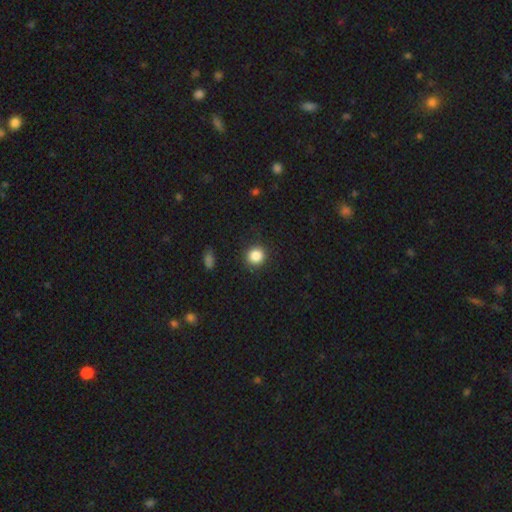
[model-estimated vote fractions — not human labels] Q: Smooth or featured?
A: smooth (86%); runner-up: star or artifact (10%)
Q: How rounded?
A: round (90%); runner-up: in between (9%)
Q: Merging?
A: none (89%); runner-up: minor disturbance (7%)